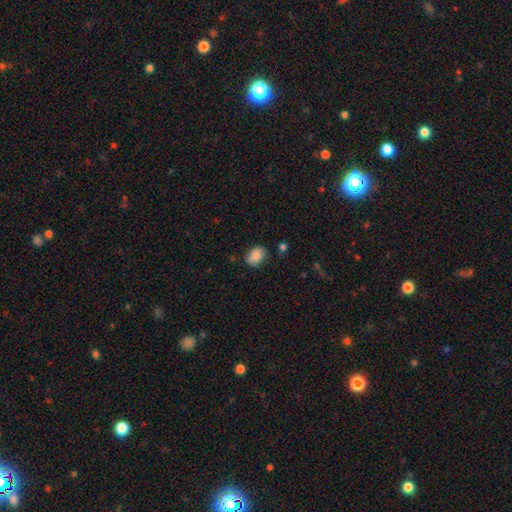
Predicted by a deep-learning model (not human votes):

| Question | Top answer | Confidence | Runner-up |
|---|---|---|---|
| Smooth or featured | smooth | 82% | featured or disk (10%) |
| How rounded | in between | 73% | round (26%) |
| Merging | none | 77% | minor disturbance (17%) |